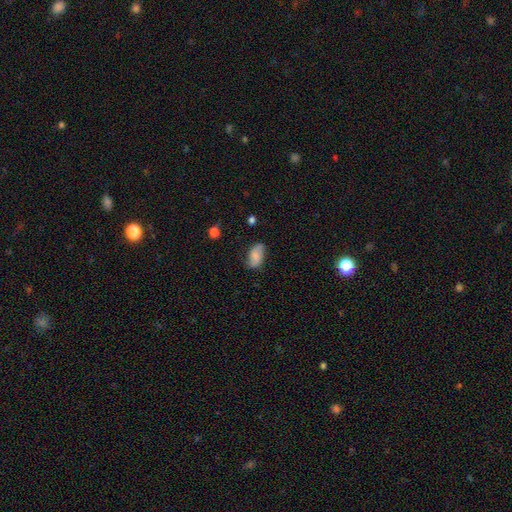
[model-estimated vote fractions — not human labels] Smooth or featured: smooth — 63% (featured or disk — 29%)
How rounded: in between — 92% (round — 6%)
Merging: none — 70% (minor disturbance — 23%)